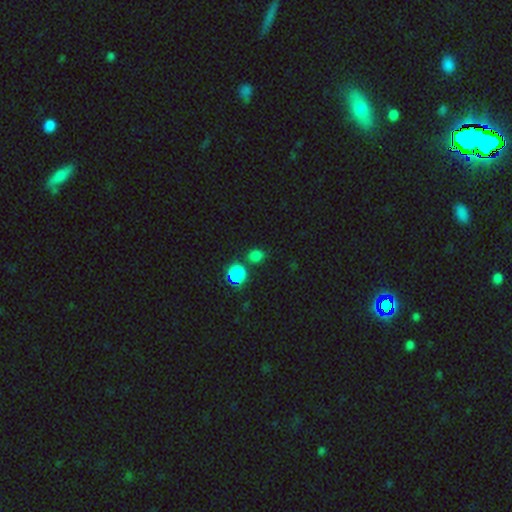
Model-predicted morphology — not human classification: Q: Smooth or featured?
A: smooth (74%); runner-up: star or artifact (21%)
Q: How rounded?
A: round (69%); runner-up: in between (30%)
Q: Merging?
A: none (69%); runner-up: merger (16%)